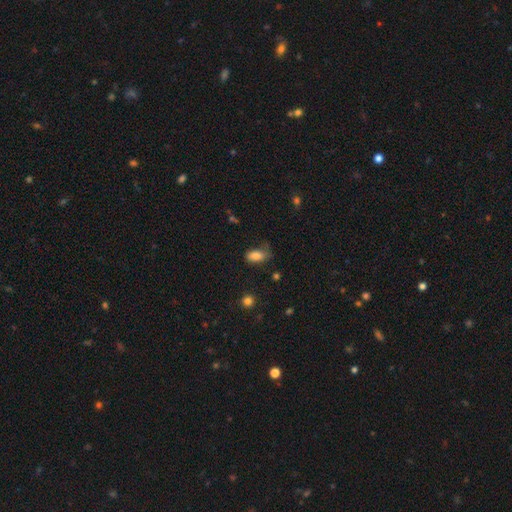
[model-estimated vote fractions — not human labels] smooth 82%, featured or disk 9%, star or artifact 9%. Down the decision tree: how rounded — in between (89%); merging — none (51%).